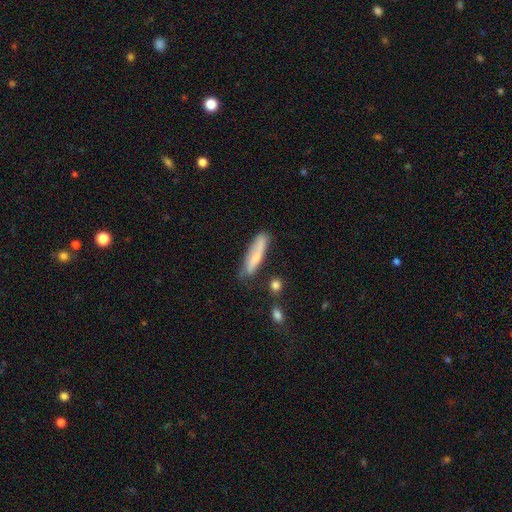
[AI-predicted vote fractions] This appears to be a smooth galaxy with no disk features (61%) that is cigar-shaped (77%). Merging: none (65%).